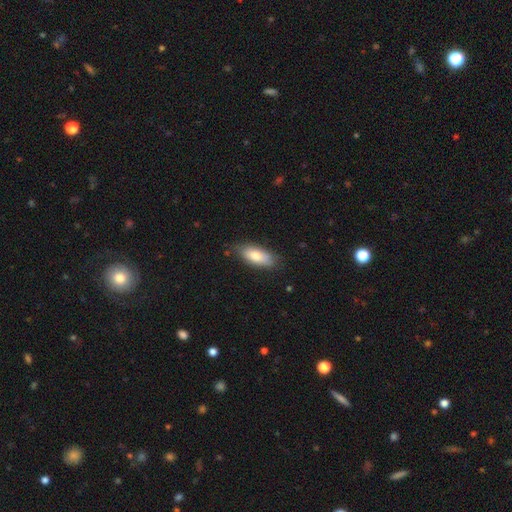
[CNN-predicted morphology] This is likely a smooth galaxy (79%). How rounded: clearly in between (82%). Merging: likely none (79%).